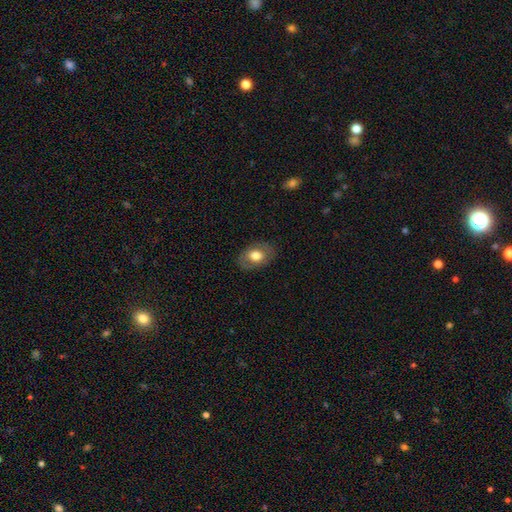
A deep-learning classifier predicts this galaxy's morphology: Q: Smooth or featured?
A: smooth (68%); runner-up: featured or disk (25%)
Q: How rounded?
A: in between (78%); runner-up: round (21%)
Q: Merging?
A: none (82%); runner-up: minor disturbance (12%)